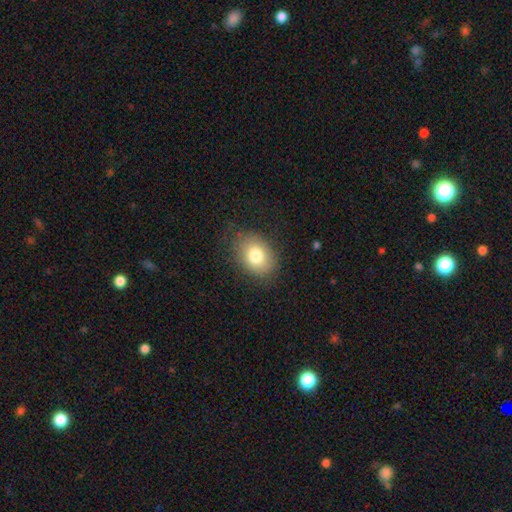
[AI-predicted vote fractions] Smooth or featured: smooth — 78% (featured or disk — 12%)
How rounded: in between — 65% (round — 34%)
Merging: none — 79% (minor disturbance — 15%)